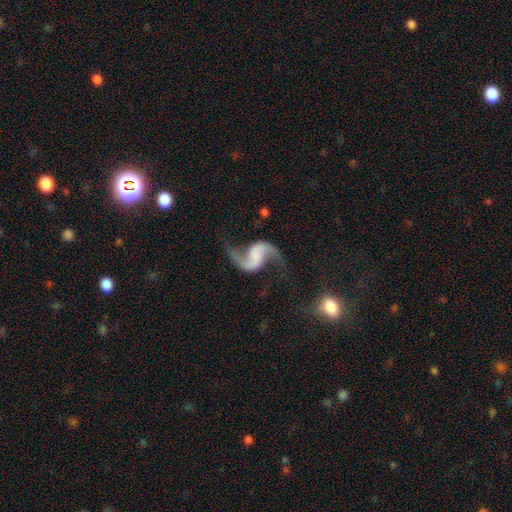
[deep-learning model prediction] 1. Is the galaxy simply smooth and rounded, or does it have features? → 91% featured or disk, 4% star or artifact, 4% smooth.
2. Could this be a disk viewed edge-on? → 98% no, 2% yes.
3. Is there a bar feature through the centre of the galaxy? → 47% no, 35% weak, 17% strong.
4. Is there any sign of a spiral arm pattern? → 98% yes, 2% no.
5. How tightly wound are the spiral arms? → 82% loose, 15% medium, 3% tight.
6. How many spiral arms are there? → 95% 2, 1% 1, 1% can't tell, 1% 3, 1% 4, 1% more than 4.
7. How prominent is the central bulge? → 55% none, 18% small, 12% moderate, 11% large, 4% dominant.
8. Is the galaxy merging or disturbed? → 75% none, 13% minor disturbance, 8% major disturbance, 3% merger.